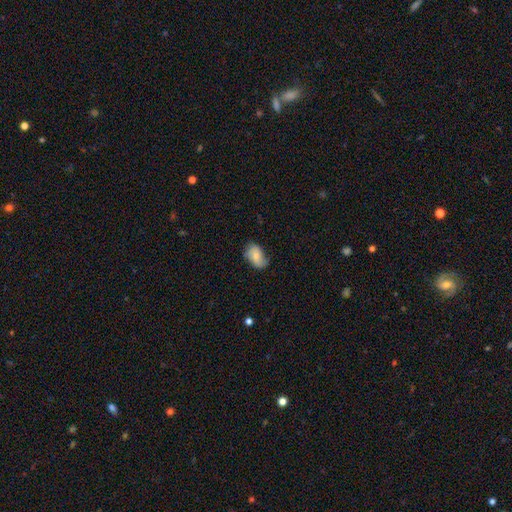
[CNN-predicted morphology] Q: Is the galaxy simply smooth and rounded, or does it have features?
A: smooth — 65%.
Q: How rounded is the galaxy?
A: in between — 87%.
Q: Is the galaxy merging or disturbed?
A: none — 57%.